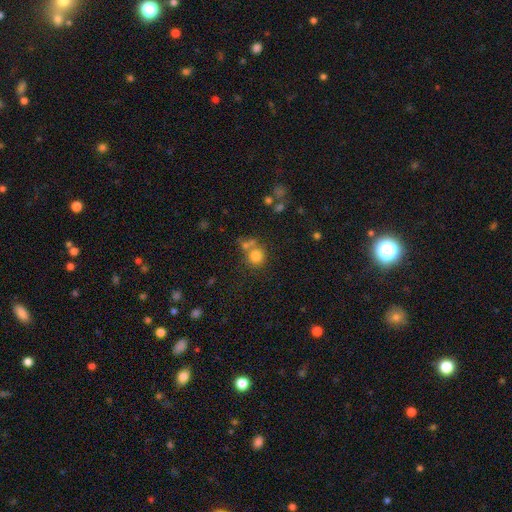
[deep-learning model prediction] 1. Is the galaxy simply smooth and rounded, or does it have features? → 78% smooth, 13% star or artifact, 9% featured or disk.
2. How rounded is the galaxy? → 89% round, 10% in between, 1% cigar-shaped.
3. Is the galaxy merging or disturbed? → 58% none, 28% merger, 10% minor disturbance, 5% major disturbance.